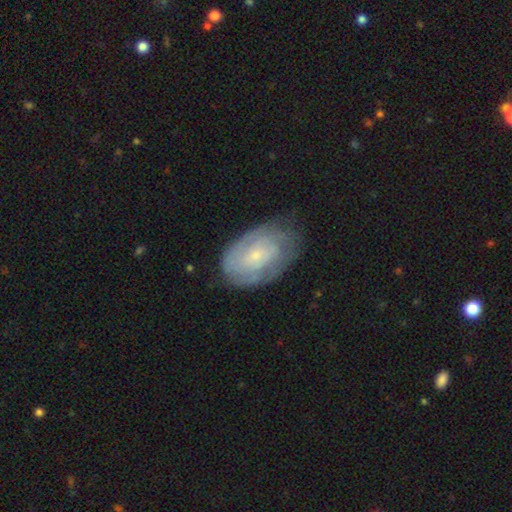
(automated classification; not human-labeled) featured or disk 69%, smooth 25%, star or artifact 6%. Down the decision tree: edge-on disk — no (96%); bar — no (73%); spiral arms — yes (83%); spiral arm count — can't tell (53%); spiral winding — tight (69%); bulge size — small (79%); merging — none (67%).